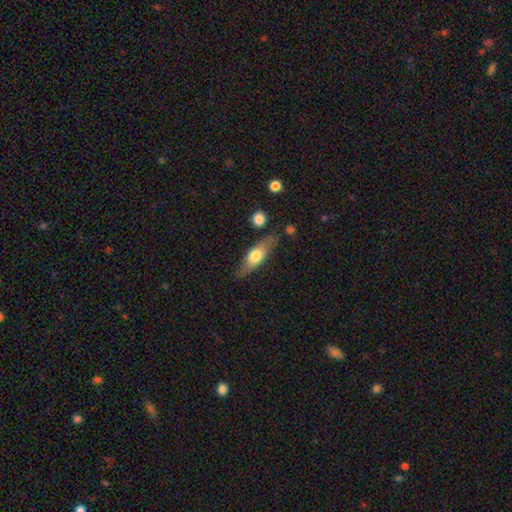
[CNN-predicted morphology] smooth_or_featured: smooth (p=0.51) [alt: featured or disk p=0.43]
how_rounded: cigar-shaped (p=0.50) [alt: in between p=0.46]
merging: none (p=0.76) [alt: minor disturbance p=0.16]